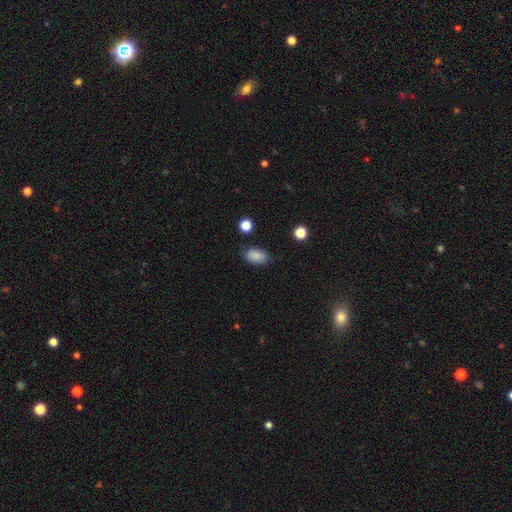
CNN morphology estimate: smooth-or-featured: smooth: 86% | star or artifact: 9% | featured or disk: 6%
  how-rounded: in between: 89% | round: 10% | cigar-shaped: 2%
  merging: none: 78% | minor disturbance: 16% | major disturbance: 4% | merger: 2%